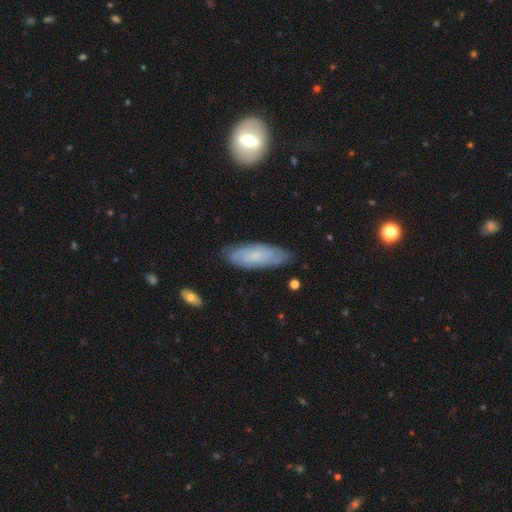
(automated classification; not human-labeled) Smooth or featured? smooth (53%)
How rounded? in between (67%)
Merging? none (76%)